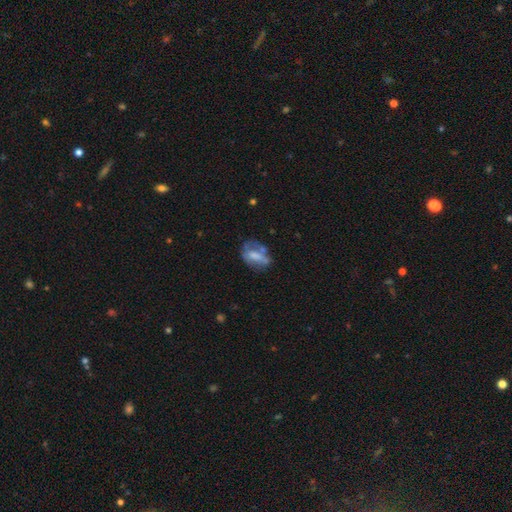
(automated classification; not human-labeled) Q: Smooth or featured?
A: smooth (49%); runner-up: featured or disk (41%)
Q: Merging?
A: none (40%); runner-up: minor disturbance (26%)